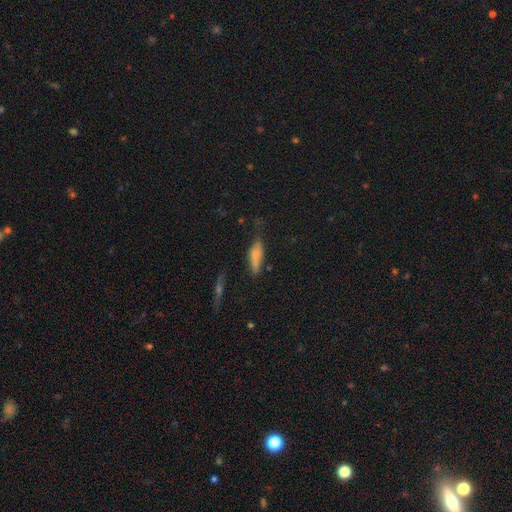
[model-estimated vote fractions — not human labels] smooth 70%, featured or disk 20%, star or artifact 9%. Down the decision tree: how rounded — in between (49%); merging — none (53%).